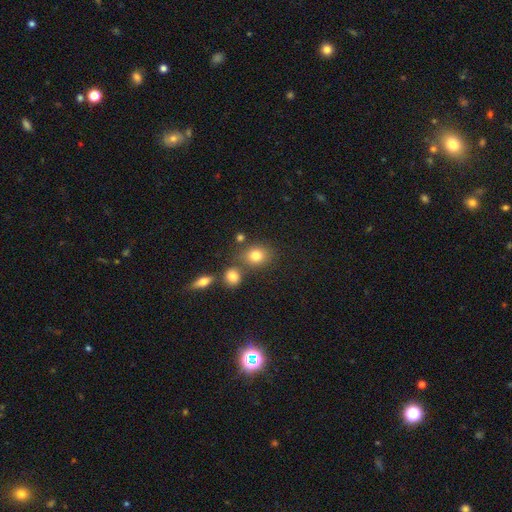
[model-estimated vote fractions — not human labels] The model was most divided on "how rounded": round: 63%, in between: 36%, cigar-shaped: 1%. More confident: smooth or featured — smooth (79%); merging — none (68%).